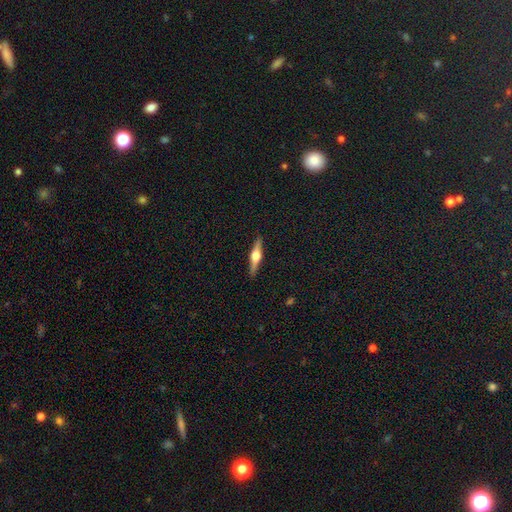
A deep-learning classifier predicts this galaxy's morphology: smooth_or_featured: featured or disk (p=0.74) [alt: smooth p=0.21]
disk_edge_on: yes (p=0.98) [alt: no p=0.02]
edge_on_bulge: rounded (p=0.95) [alt: boxy p=0.04]
merging: none (p=0.91) [alt: minor disturbance p=0.07]